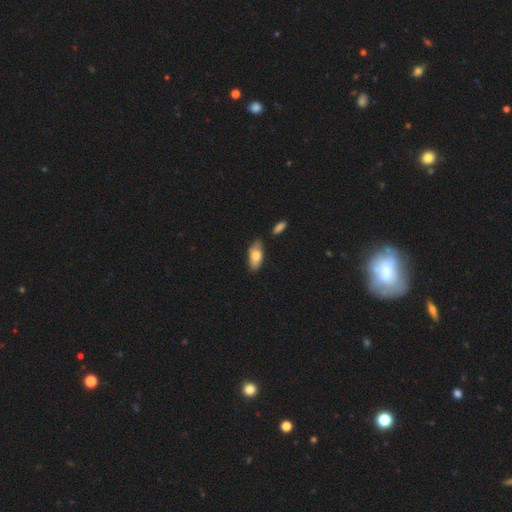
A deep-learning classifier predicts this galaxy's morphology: This is likely a smooth galaxy (77%). How rounded: clearly in between (87%). Merging: likely none (72%).